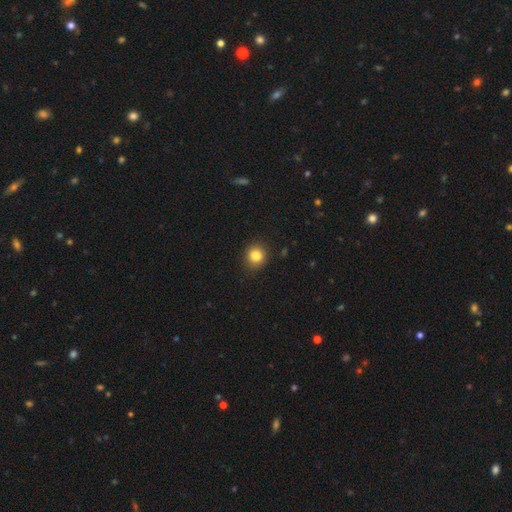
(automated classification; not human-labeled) This is clearly a smooth galaxy (84%). How rounded: clearly round (87%). Merging: clearly none (88%).